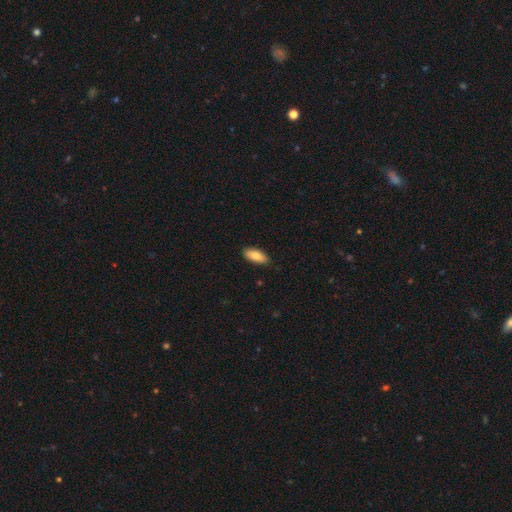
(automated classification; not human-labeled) Morphology: type=smooth (85%); roundness=in between (85%); merging=none (86%).